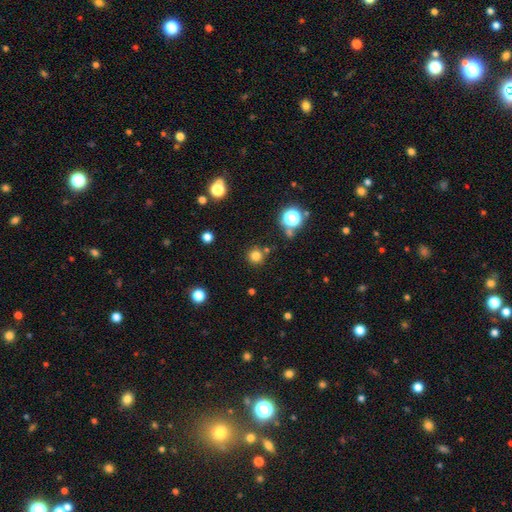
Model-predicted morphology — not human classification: This appears to be a smooth galaxy with no disk features (77%) that is round (95%). Merging: none (84%).